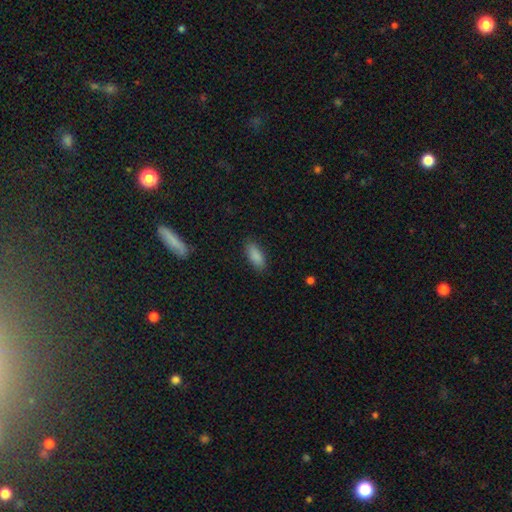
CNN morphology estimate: Smooth or featured? Predicted: smooth (p=0.88). How rounded? Predicted: in between (p=0.82). Merging? Predicted: none (p=0.86).